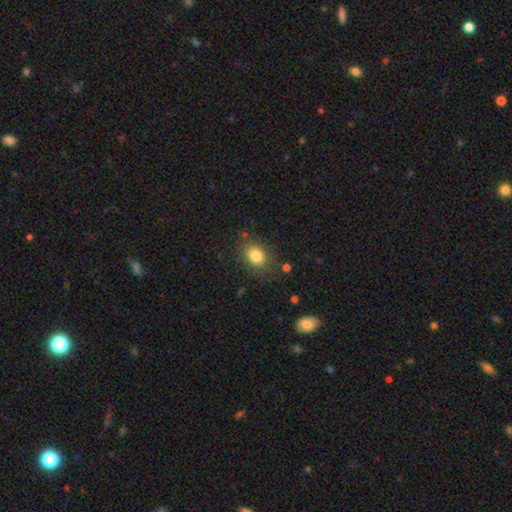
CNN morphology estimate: This appears to be a smooth galaxy with no disk features (82%) that is in between round and cigar-shaped (62%). Merging: none (79%).